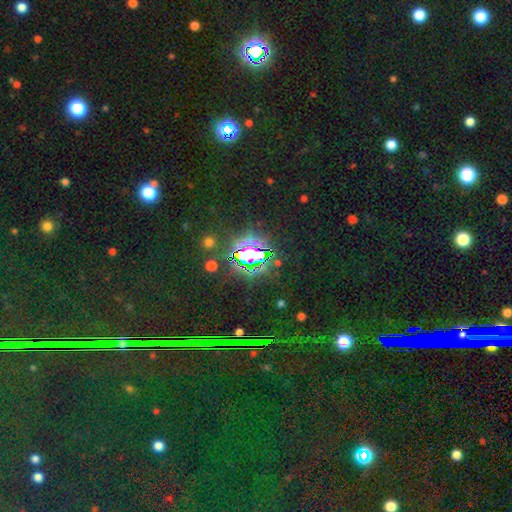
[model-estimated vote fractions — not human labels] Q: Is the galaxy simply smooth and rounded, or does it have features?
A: star or artifact — 76%.